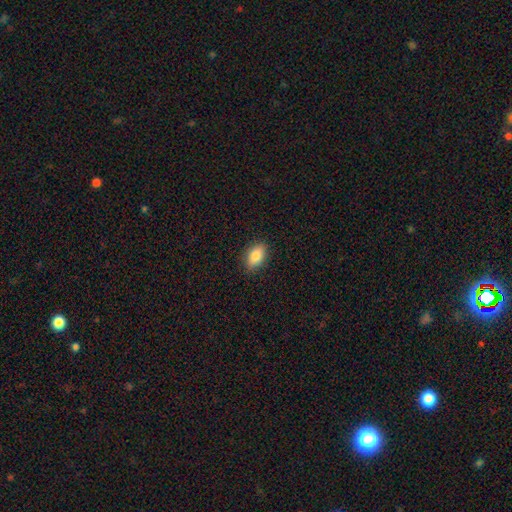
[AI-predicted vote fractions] Smooth or featured: smooth — 84% (featured or disk — 9%)
How rounded: in between — 87% (round — 10%)
Merging: none — 87% (minor disturbance — 10%)